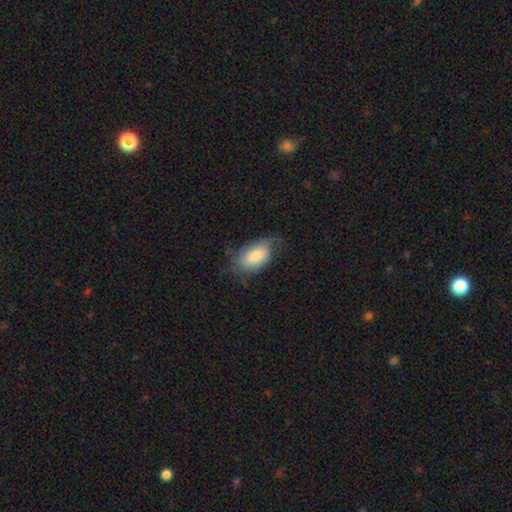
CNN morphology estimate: Smooth or featured: smooth — 69% (featured or disk — 24%)
How rounded: in between — 92% (round — 5%)
Merging: none — 50% (minor disturbance — 32%)